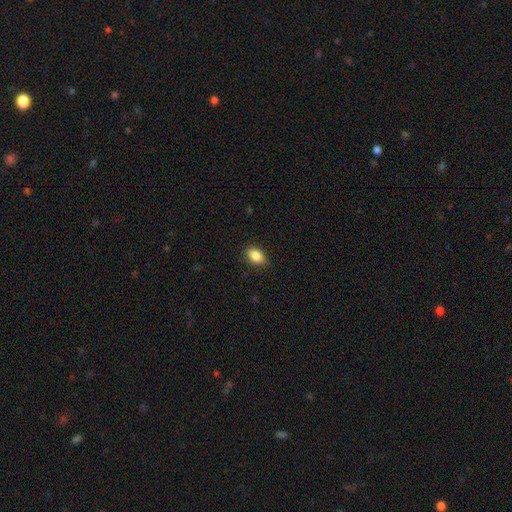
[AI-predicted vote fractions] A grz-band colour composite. It shows a smooth galaxy with no disk features (86%) that is in between round and cigar-shaped (85%). Merging: none (85%).